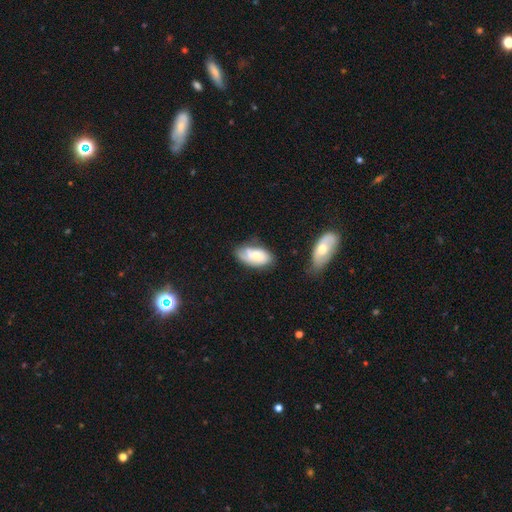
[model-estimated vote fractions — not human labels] smooth-or-featured: smooth: 57% | featured or disk: 36% | star or artifact: 7%
  how-rounded: in between: 93% | cigar-shaped: 4% | round: 3%
  merging: none: 52% | minor disturbance: 30% | major disturbance: 10% | merger: 7%